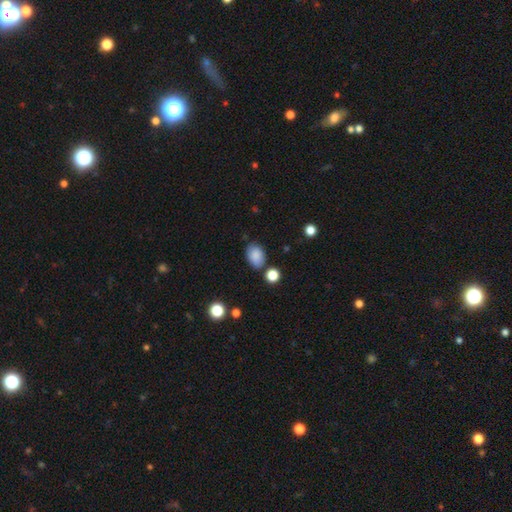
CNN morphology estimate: This appears to be a smooth galaxy with no disk features (86%) that is in between round and cigar-shaped (80%). Merging: none (74%).